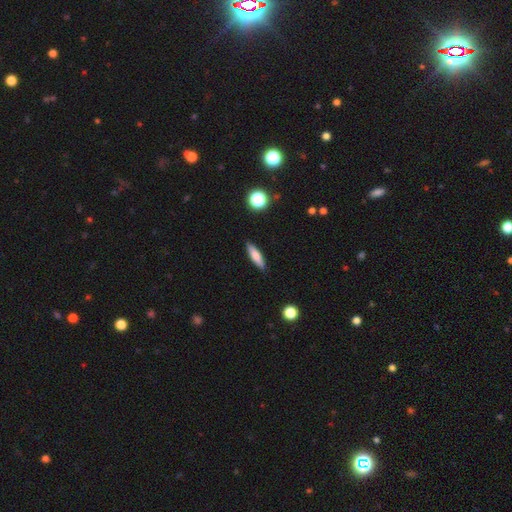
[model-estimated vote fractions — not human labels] A smooth galaxy with no disk features (73%) that is cigar-shaped (68%).

Vote fractions:
- Smooth or featured? smooth: 73% / featured or disk: 20% / star or artifact: 7%
- How rounded? cigar-shaped: 68% / in between: 29% / round: 2%
- Merging? none: 89% / minor disturbance: 8% / major disturbance: 2% / merger: 1%